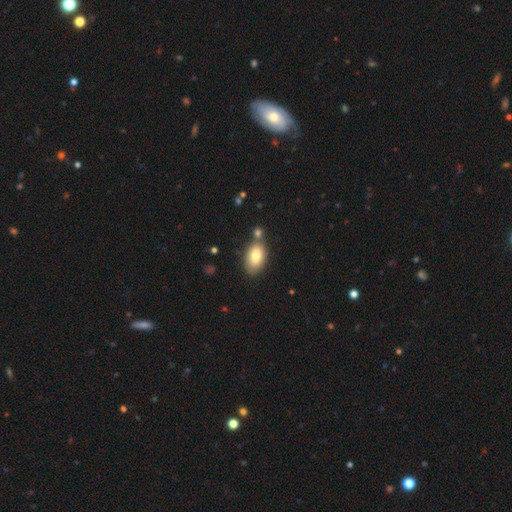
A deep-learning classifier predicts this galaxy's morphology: Overall: smooth (81%). How rounded: in between (93%). Merging: none (66%).